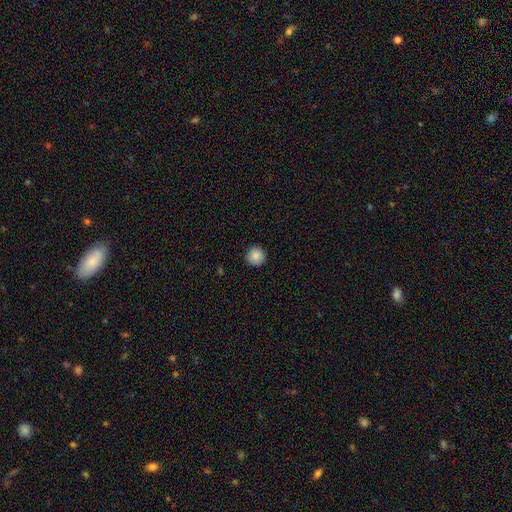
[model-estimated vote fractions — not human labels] This is clearly a smooth galaxy (87%). How rounded: clearly round (95%). Merging: clearly none (90%).